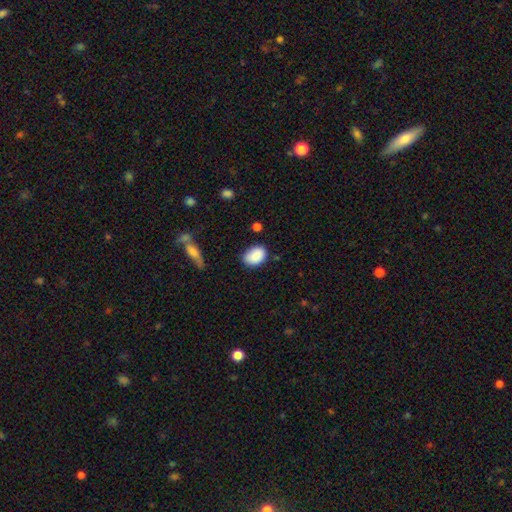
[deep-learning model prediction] Smooth or featured?
  - smooth: 88% *
  - star or artifact: 7%
  - featured or disk: 5%
How rounded?
  - in between: 80% *
  - round: 19%
  - cigar-shaped: 1%
Merging?
  - none: 76% *
  - minor disturbance: 18%
  - major disturbance: 3%
  - merger: 3%